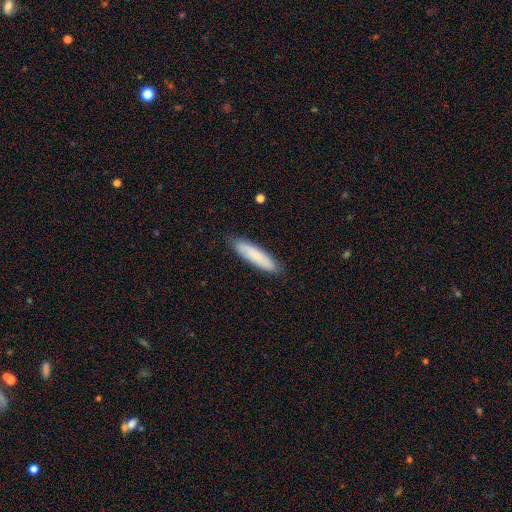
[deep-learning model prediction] Morphology: type=smooth (72%); roundness=cigar-shaped (77%); merging=none (85%).